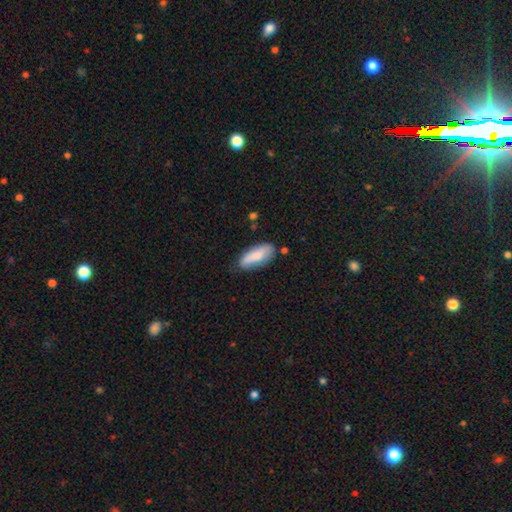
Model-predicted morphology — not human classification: This appears to be a smooth galaxy with no disk features (81%) that is in between round and cigar-shaped (79%). Merging: none (70%).